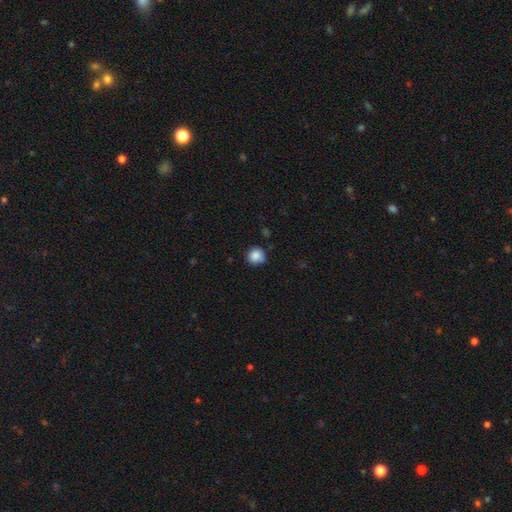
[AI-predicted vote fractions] This appears to be a smooth galaxy with no disk features (86%) that is round (90%). Merging: none (77%).